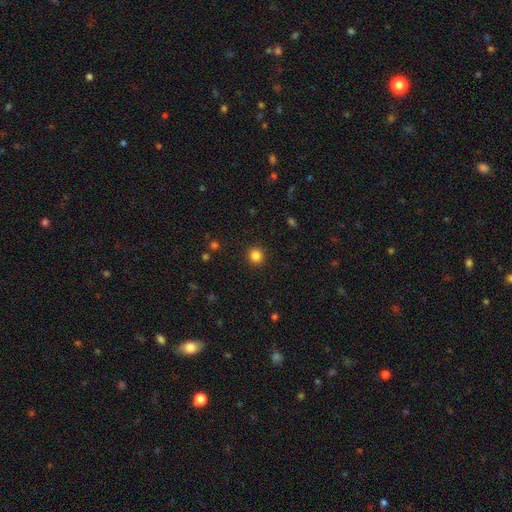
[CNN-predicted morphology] A smooth galaxy with no disk features (84%) that is round (92%). Merging: none (91%).